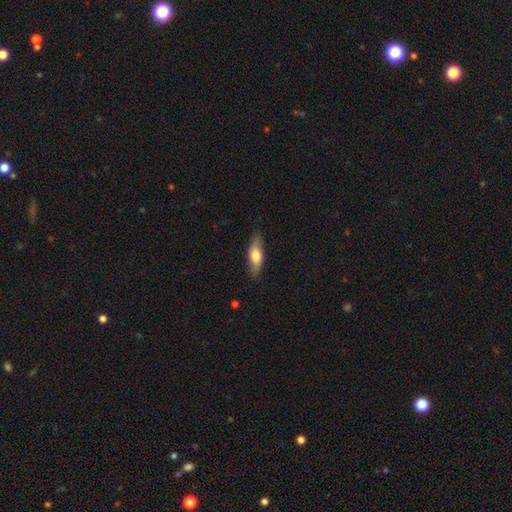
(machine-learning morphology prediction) This appears to be a smooth galaxy with no disk features (63%) that is in between round and cigar-shaped (58%). Merging: none (84%).